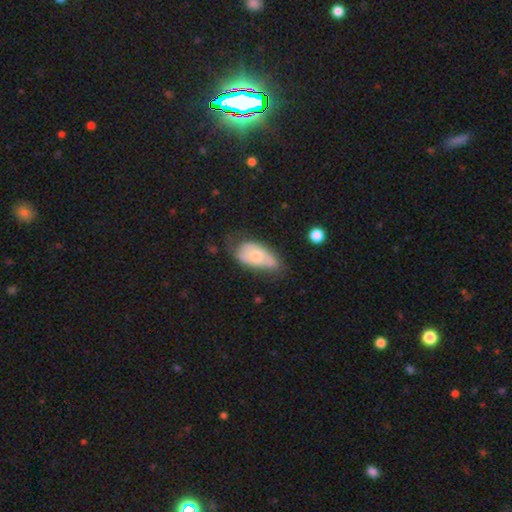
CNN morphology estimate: A smooth galaxy with no disk features (58%) that is in between round and cigar-shaped (91%).

Vote fractions:
- Smooth or featured? smooth: 58% / featured or disk: 35% / star or artifact: 7%
- How rounded? in between: 91% / round: 5% / cigar-shaped: 4%
- Merging? minor disturbance: 39% / none: 37% / major disturbance: 19% / merger: 5%